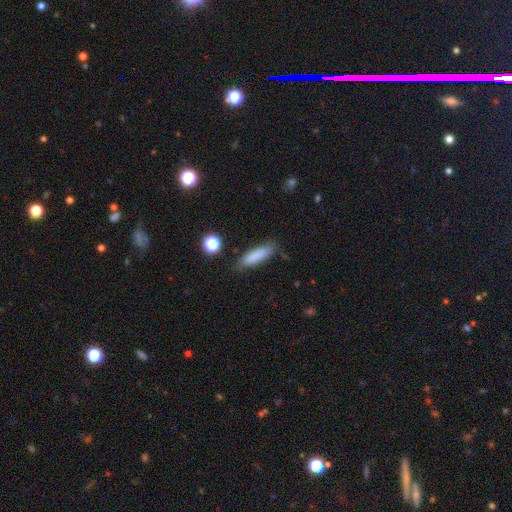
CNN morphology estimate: smooth_or_featured: smooth (p=0.82) [alt: featured or disk p=0.10]
how_rounded: cigar-shaped (p=0.65) [alt: in between p=0.34]
merging: none (p=0.79) [alt: minor disturbance p=0.15]